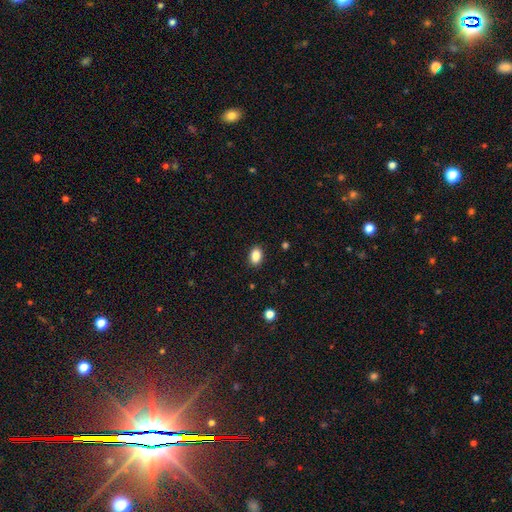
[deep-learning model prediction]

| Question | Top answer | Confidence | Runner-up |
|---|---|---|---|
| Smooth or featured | smooth | 88% | star or artifact (9%) |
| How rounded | in between | 86% | round (12%) |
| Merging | none | 89% | minor disturbance (8%) |